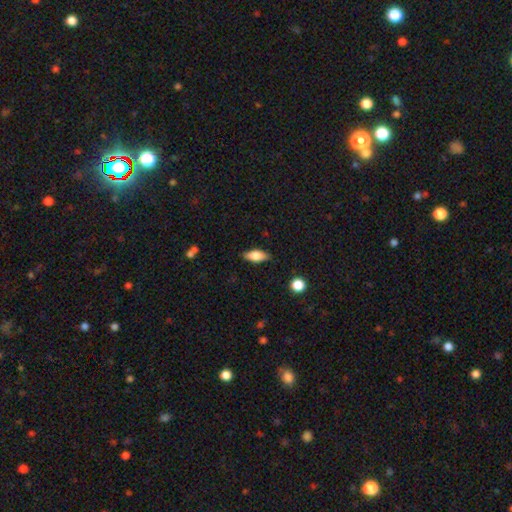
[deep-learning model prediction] Smooth or featured: smooth — 70% (featured or disk — 23%)
How rounded: in between — 76% (cigar-shaped — 20%)
Merging: none — 85% (minor disturbance — 11%)